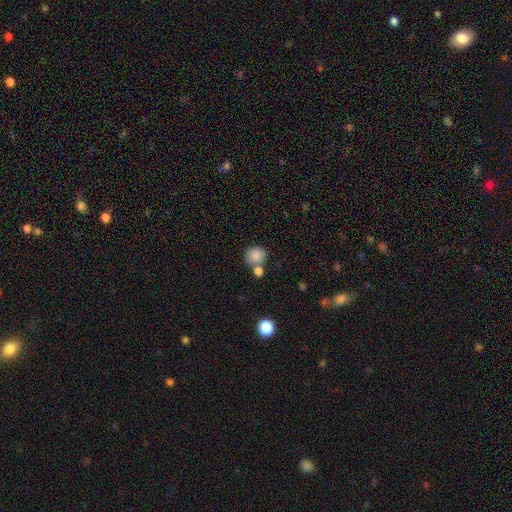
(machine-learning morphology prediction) This is clearly a smooth galaxy (84%). How rounded: likely round (79%). Merging: possibly none (55%).